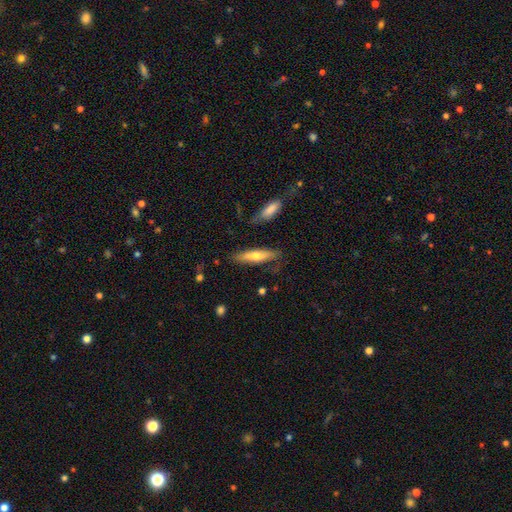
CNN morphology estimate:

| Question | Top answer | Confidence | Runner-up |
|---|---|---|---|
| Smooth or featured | smooth | 58% | featured or disk (36%) |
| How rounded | cigar-shaped | 72% | in between (26%) |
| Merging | none | 75% | minor disturbance (17%) |